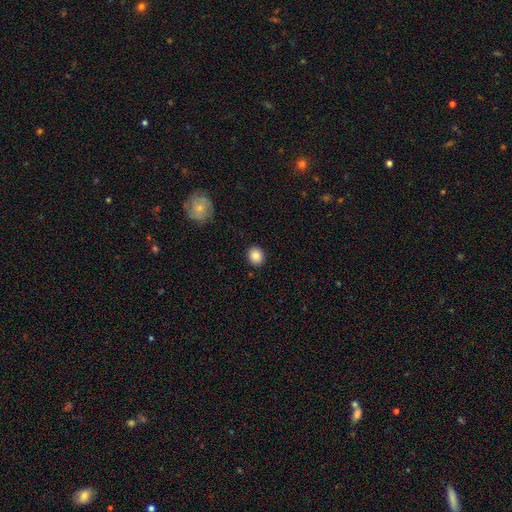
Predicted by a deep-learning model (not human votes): Smooth or featured?
  - smooth: 87% *
  - star or artifact: 9%
  - featured or disk: 4%
How rounded?
  - round: 78% *
  - in between: 21%
  - cigar-shaped: 1%
Merging?
  - none: 91% *
  - minor disturbance: 6%
  - major disturbance: 2%
  - merger: 1%